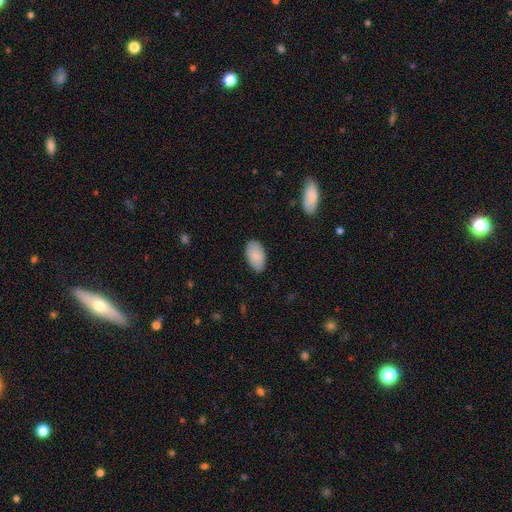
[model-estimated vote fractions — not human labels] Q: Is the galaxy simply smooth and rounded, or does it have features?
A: smooth — 87%.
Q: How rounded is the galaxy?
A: in between — 95%.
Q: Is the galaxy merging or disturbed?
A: none — 83%.